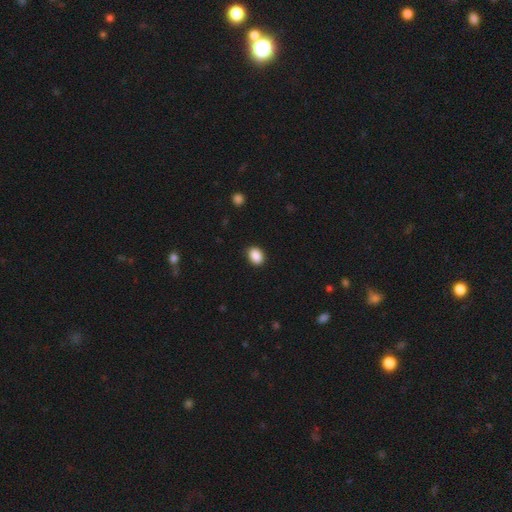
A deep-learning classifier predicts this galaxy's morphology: smooth 89%, star or artifact 8%, featured or disk 3%. Down the decision tree: how rounded — in between (73%); merging — none (89%).